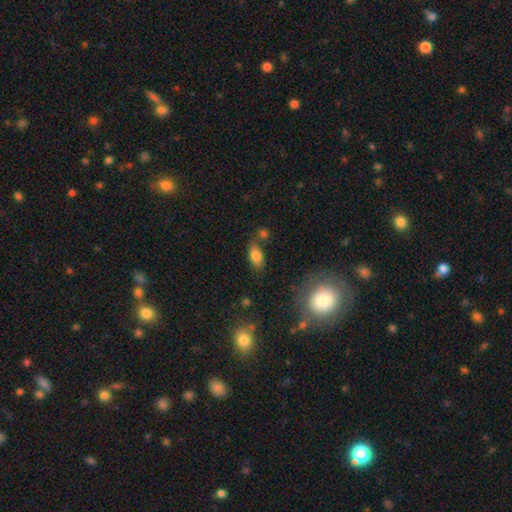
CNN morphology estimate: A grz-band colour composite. It shows a smooth galaxy with no disk features (80%) that is in between round and cigar-shaped (88%). Merging: none (66%).